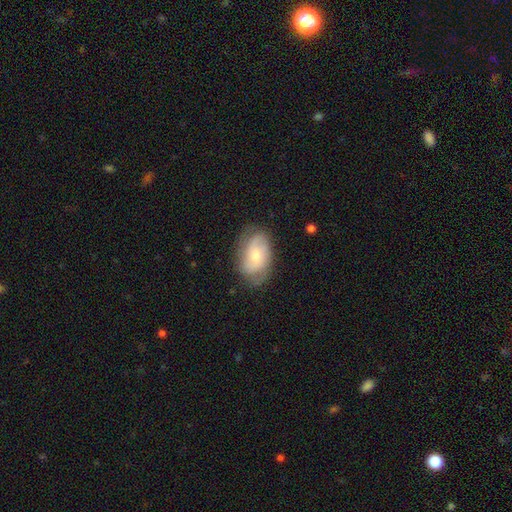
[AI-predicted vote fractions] featured or disk 56%, smooth 37%, star or artifact 7%. Down the decision tree: edge-on disk — no (95%); bar — no (65%); spiral arms — yes (86%); bulge size — moderate (46%); merging — none (68%).